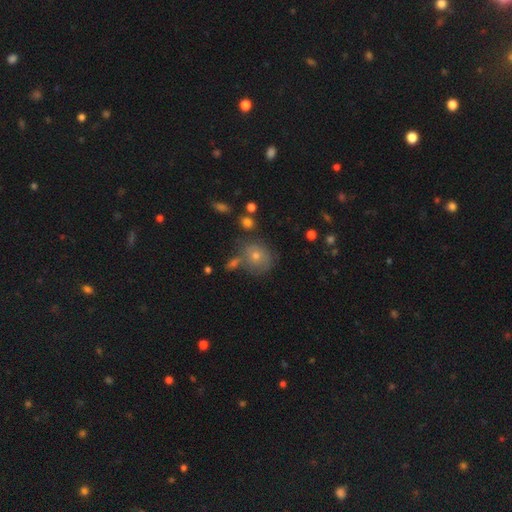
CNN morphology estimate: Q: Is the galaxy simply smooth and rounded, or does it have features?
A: smooth — 55%.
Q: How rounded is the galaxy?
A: round — 80%.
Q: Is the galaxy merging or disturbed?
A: none — 66%.